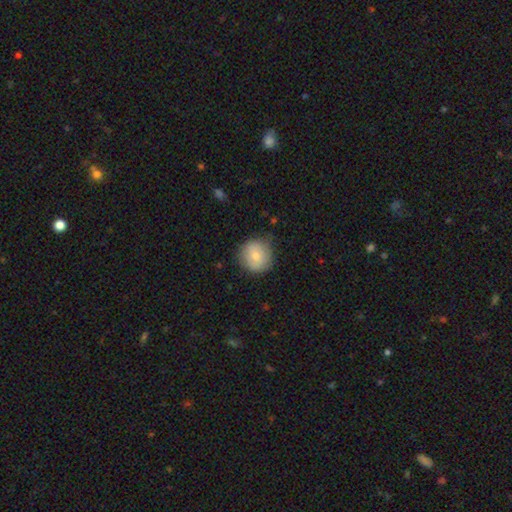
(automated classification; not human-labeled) Smooth or featured? smooth (74%)
How rounded? round (92%)
Merging? none (76%)